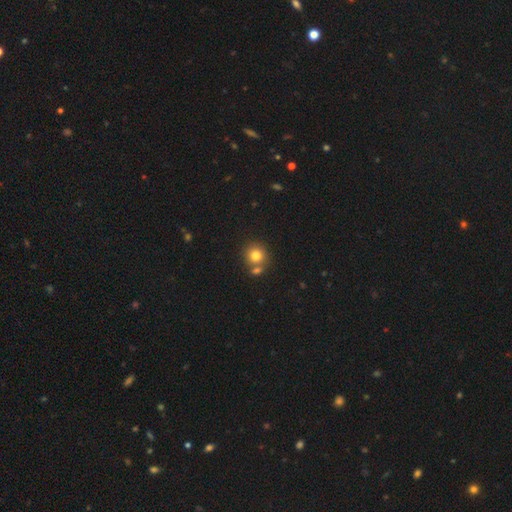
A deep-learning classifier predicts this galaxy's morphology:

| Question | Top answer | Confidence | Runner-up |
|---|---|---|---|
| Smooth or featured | smooth | 79% | star or artifact (12%) |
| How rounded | round | 90% | in between (9%) |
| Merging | none | 64% | merger (25%) |